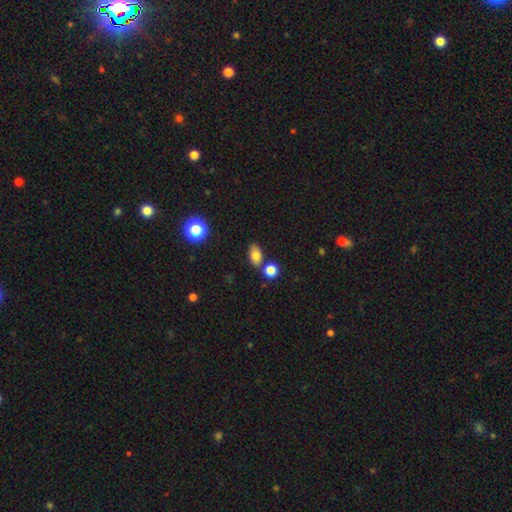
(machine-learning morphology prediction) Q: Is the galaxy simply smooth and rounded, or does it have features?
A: smooth — 79%.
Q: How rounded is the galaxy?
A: in between — 83%.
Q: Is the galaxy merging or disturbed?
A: none — 73%.